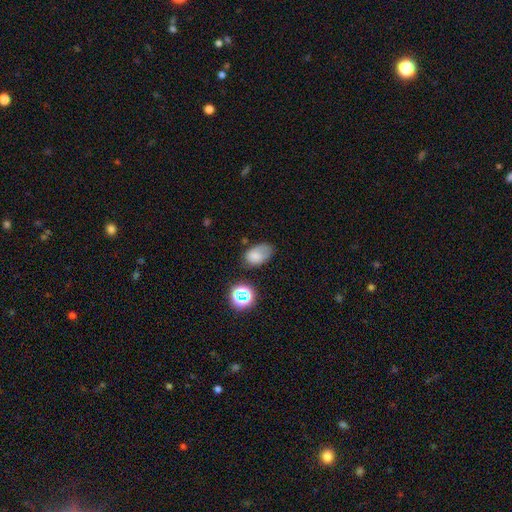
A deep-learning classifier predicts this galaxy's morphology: smooth-or-featured: smooth: 74% | featured or disk: 14% | star or artifact: 13%
  how-rounded: in between: 85% | round: 13% | cigar-shaped: 1%
  merging: none: 54% | minor disturbance: 30% | major disturbance: 12% | merger: 4%